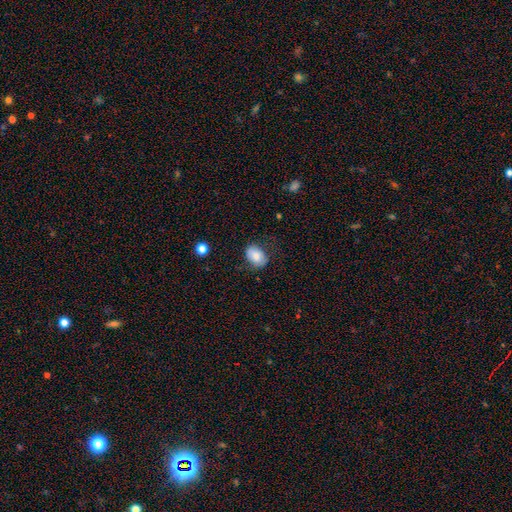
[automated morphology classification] This is likely a smooth galaxy (77%). How rounded: likely in between (74%). Merging: likely none (67%).